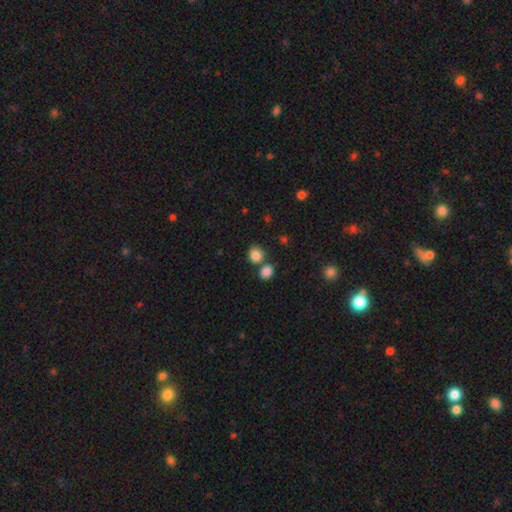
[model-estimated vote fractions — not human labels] smooth-or-featured: smooth: 84% | star or artifact: 11% | featured or disk: 5%
  how-rounded: round: 77% | in between: 22% | cigar-shaped: 1%
  merging: none: 64% | merger: 24% | minor disturbance: 9% | major disturbance: 3%